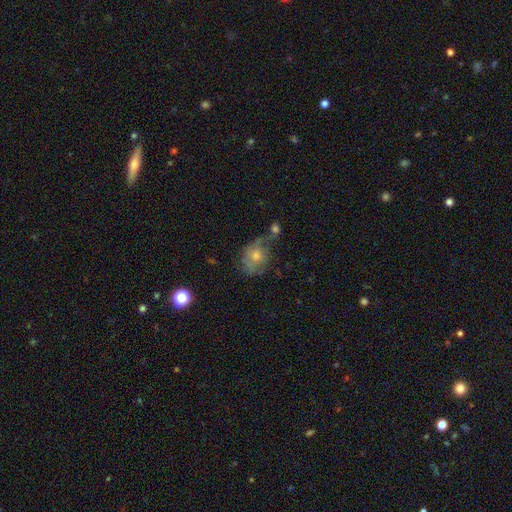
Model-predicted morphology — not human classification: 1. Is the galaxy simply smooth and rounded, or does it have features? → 55% smooth, 35% featured or disk, 11% star or artifact.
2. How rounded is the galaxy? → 58% in between, 40% round, 2% cigar-shaped.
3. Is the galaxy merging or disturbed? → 34% none, 26% minor disturbance, 22% major disturbance, 18% merger.